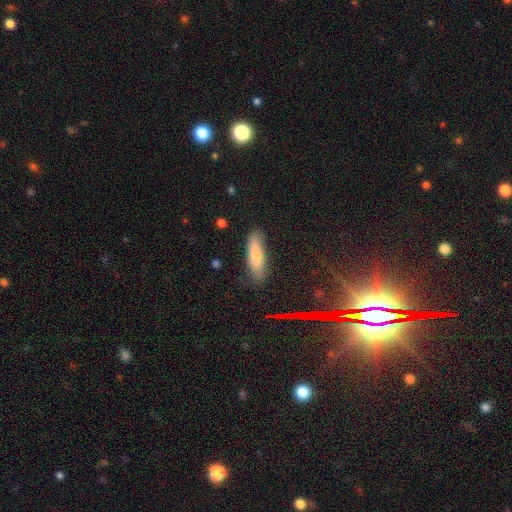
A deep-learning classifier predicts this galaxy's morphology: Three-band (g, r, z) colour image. It shows a smooth galaxy with no disk features (80%) that is cigar-shaped (61%). Merging: none (77%).